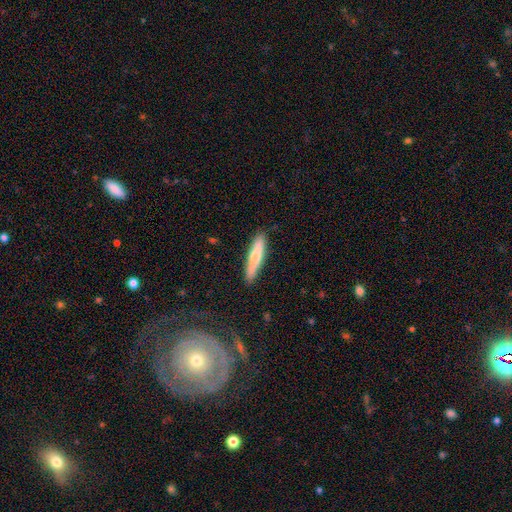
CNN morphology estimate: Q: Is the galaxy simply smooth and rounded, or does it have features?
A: smooth — 69%.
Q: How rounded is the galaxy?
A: cigar-shaped — 86%.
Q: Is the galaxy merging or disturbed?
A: none — 86%.